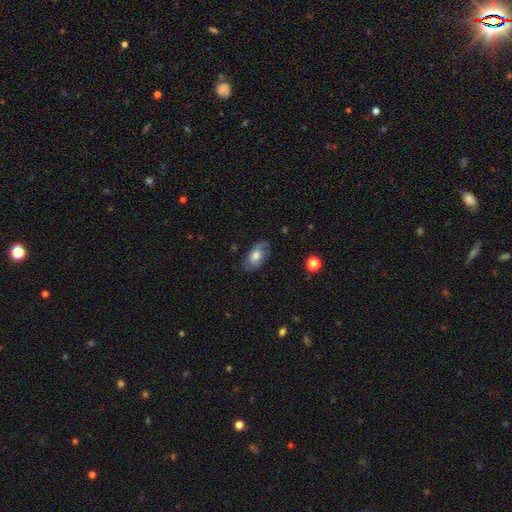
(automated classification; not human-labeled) Morphology: type=smooth (64%); roundness=in between (92%); merging=none (74%).